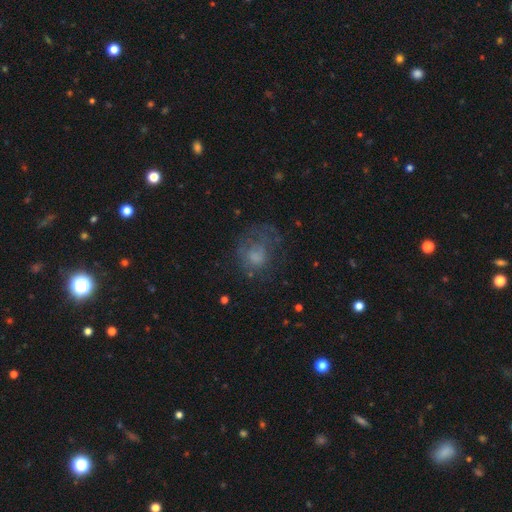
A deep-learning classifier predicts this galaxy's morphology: Smooth or featured: smooth — 51% (featured or disk — 35%)
How rounded: round — 64% (in between — 35%)
Merging: none — 44% (major disturbance — 33%)